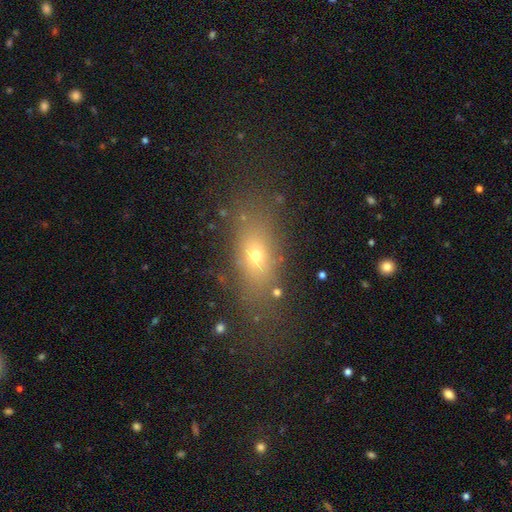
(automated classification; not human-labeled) A smooth galaxy with no disk features (62%) that is in between round and cigar-shaped (66%).

Vote fractions:
- Smooth or featured? smooth: 62% / star or artifact: 20% / featured or disk: 19%
- How rounded? in between: 66% / cigar-shaped: 20% / round: 15%
- Merging? none: 73% / minor disturbance: 15% / major disturbance: 10% / merger: 3%